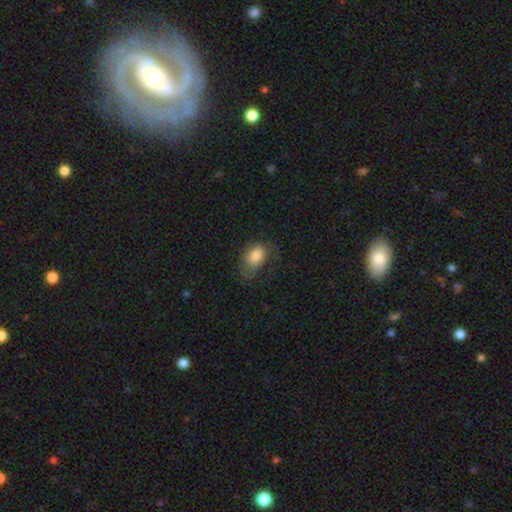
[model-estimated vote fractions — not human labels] A smooth galaxy with no disk features (78%) that is in between round and cigar-shaped (81%). Merging: none (44%).